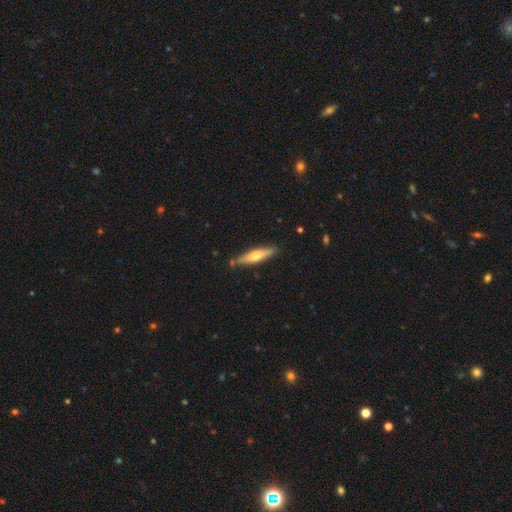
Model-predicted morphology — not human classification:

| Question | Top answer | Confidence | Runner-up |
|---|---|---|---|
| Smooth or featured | smooth | 51% | featured or disk (44%) |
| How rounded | cigar-shaped | 80% | in between (18%) |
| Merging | none | 81% | minor disturbance (13%) |